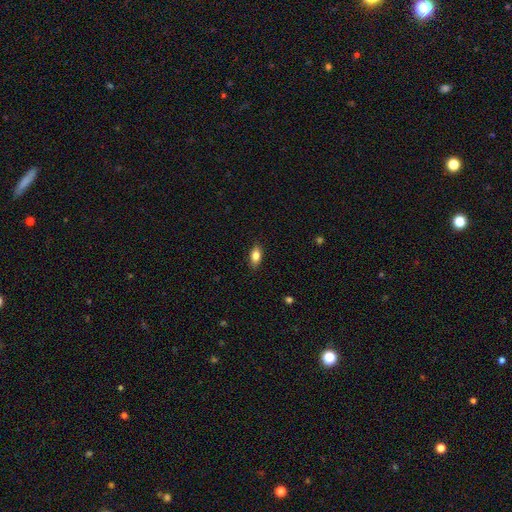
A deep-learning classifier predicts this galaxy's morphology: type=smooth (83%); roundness=in between (87%); merging=none (88%).